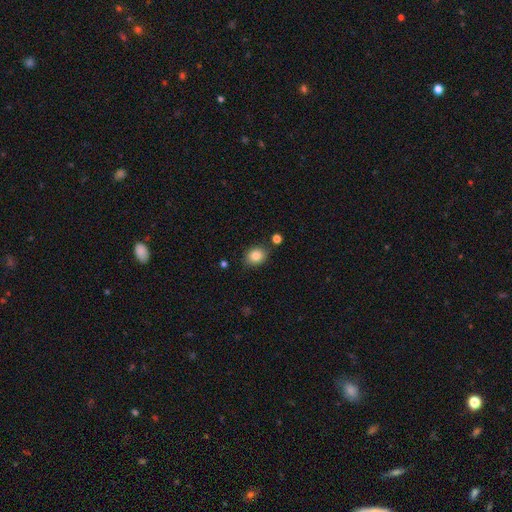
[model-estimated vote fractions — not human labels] Smooth or featured: smooth — 84% (star or artifact — 9%)
How rounded: round — 56% (in between — 43%)
Merging: none — 79% (minor disturbance — 13%)